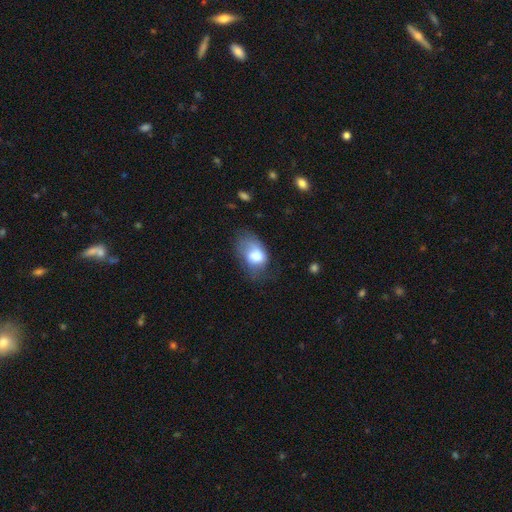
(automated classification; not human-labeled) Q: Smooth or featured?
A: smooth (71%); runner-up: featured or disk (20%)
Q: How rounded?
A: in between (83%); runner-up: round (16%)
Q: Merging?
A: minor disturbance (34%); runner-up: none (32%)